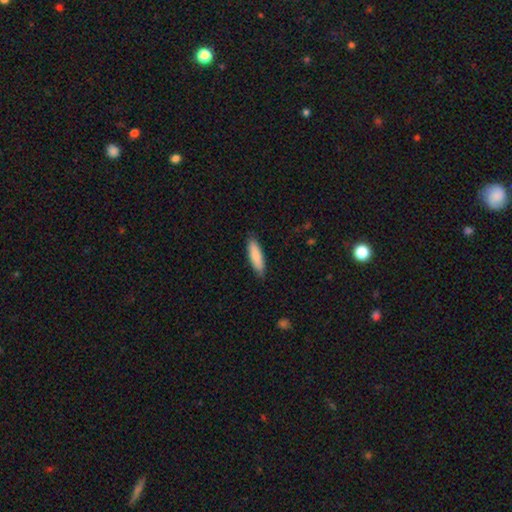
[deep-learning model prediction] smooth-or-featured: smooth: 85% | featured or disk: 10% | star or artifact: 5%
  how-rounded: cigar-shaped: 58% | in between: 40% | round: 1%
  merging: none: 85% | minor disturbance: 12% | major disturbance: 2% | merger: 1%